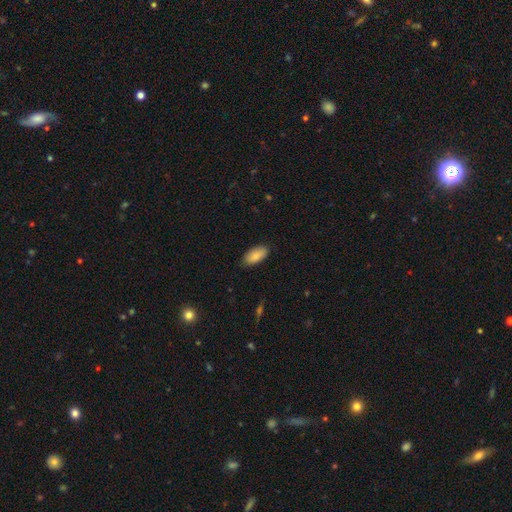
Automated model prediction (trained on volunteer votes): Smooth or featured? Predicted: smooth (p=0.86). How rounded? Predicted: in between (p=0.92). Merging? Predicted: none (p=0.85).